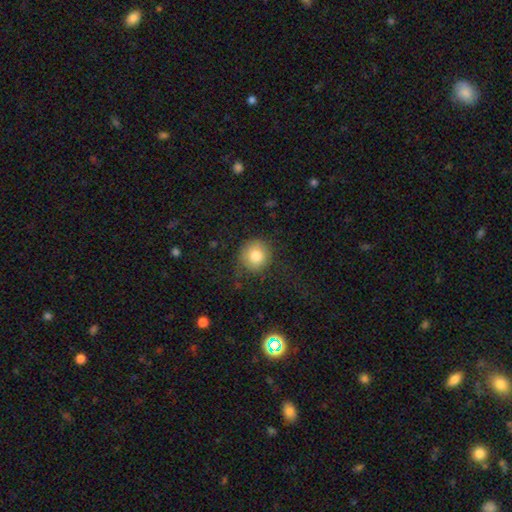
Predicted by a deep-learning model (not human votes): Smooth or featured?
  - smooth: 82% *
  - star or artifact: 10%
  - featured or disk: 9%
How rounded?
  - round: 91% *
  - in between: 8%
  - cigar-shaped: 1%
Merging?
  - none: 79% *
  - minor disturbance: 14%
  - major disturbance: 6%
  - merger: 1%